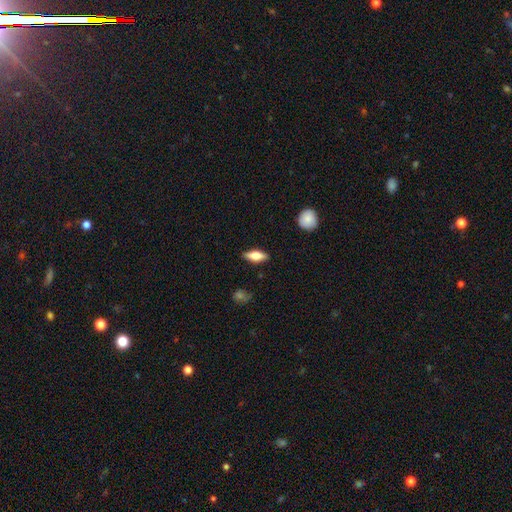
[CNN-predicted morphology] A smooth galaxy with no disk features (63%) that is in between round and cigar-shaped (66%).

Vote fractions:
- Smooth or featured? smooth: 63% / featured or disk: 31% / star or artifact: 6%
- How rounded? in between: 66% / cigar-shaped: 31% / round: 3%
- Merging? none: 87% / minor disturbance: 10% / major disturbance: 2% / merger: 1%